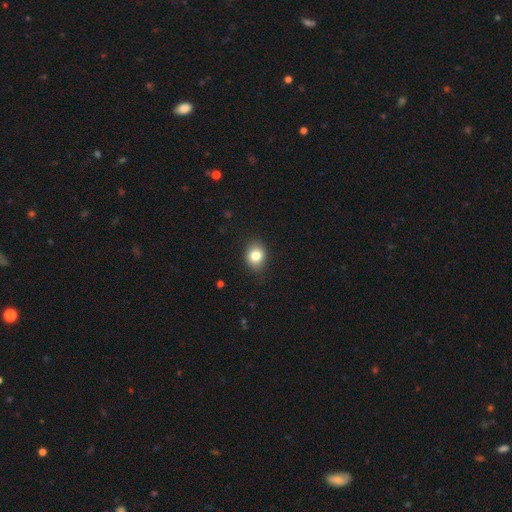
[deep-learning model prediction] smooth 82%, star or artifact 10%, featured or disk 8%. Down the decision tree: how rounded — round (50%); merging — none (85%).